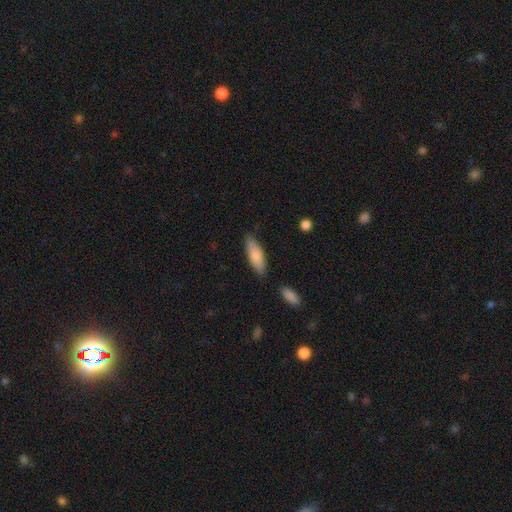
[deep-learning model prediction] The model was most divided on "how rounded": in between: 55%, cigar-shaped: 43%, round: 2%. More confident: smooth or featured — smooth (81%); merging — none (79%).